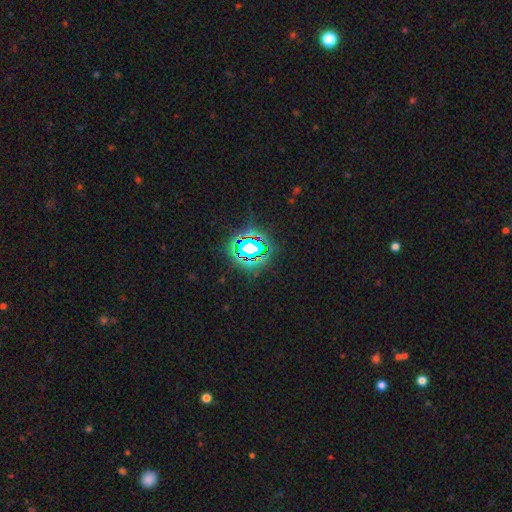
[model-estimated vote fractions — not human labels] This appears to be a star or artifact, not a galaxy (82%).